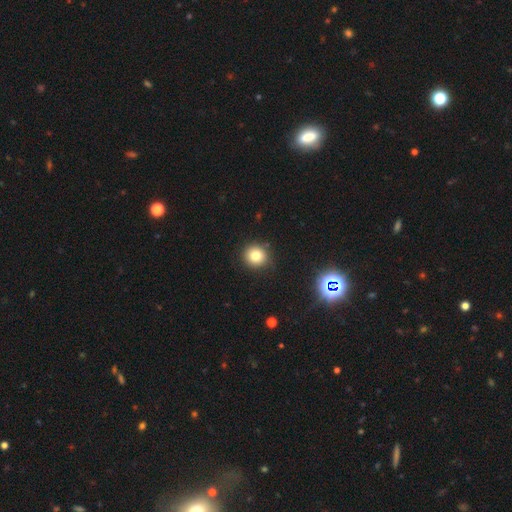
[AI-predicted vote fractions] Smooth or featured? Predicted: smooth (p=0.78). How rounded? Predicted: round (p=0.91). Merging? Predicted: none (p=0.88).